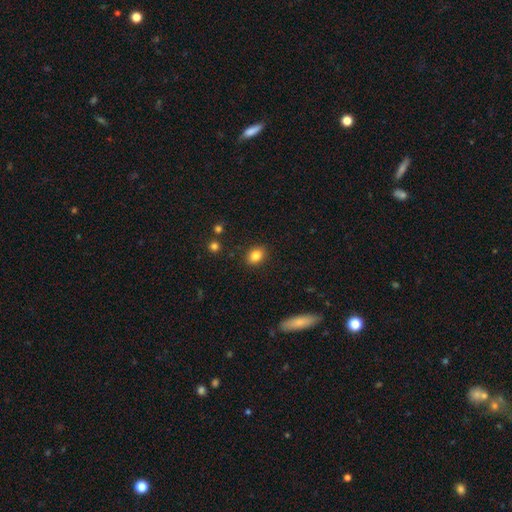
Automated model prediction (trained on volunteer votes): smooth 84%, star or artifact 10%, featured or disk 6%. Down the decision tree: how rounded — in between (63%); merging — none (88%).